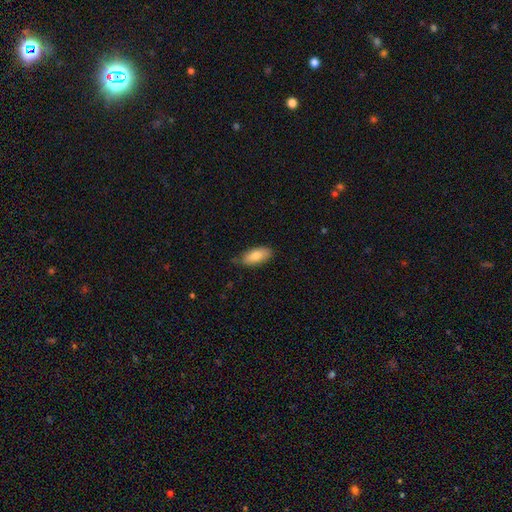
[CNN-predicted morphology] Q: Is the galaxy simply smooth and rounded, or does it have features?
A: smooth — 78%.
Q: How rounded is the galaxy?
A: in between — 84%.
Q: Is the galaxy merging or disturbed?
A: none — 76%.